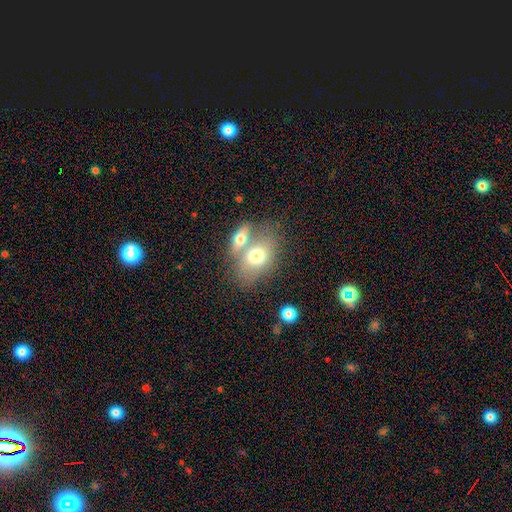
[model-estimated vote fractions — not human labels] smooth 68%, featured or disk 25%, star or artifact 8%. Down the decision tree: how rounded — in between (79%); merging — merger (50%).